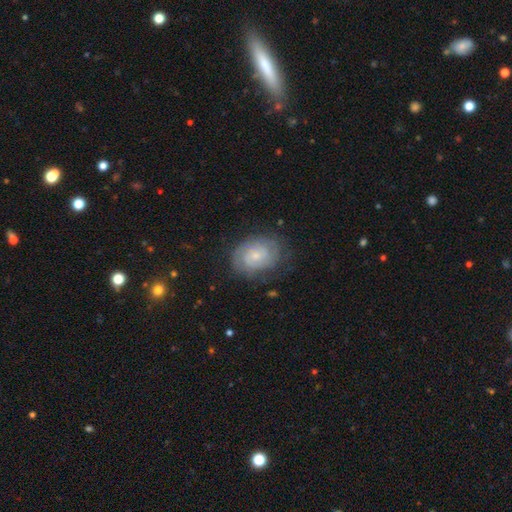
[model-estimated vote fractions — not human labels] Smooth or featured? featured or disk (66%)
Edge-on disk? no (97%)
Bar? no (66%)
Spiral arms? yes (88%)
Spiral winding? tight (69%)
Spiral arm count? can't tell (41%)
Bulge size? small (70%)
Merging? none (74%)